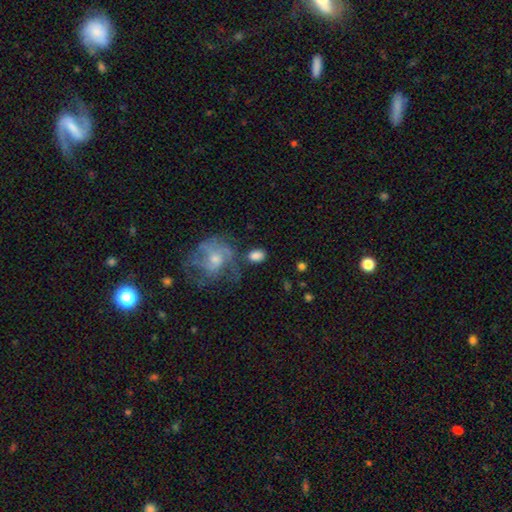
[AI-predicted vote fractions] Morphology: type=smooth (76%); roundness=in between (72%); merging=none (65%).